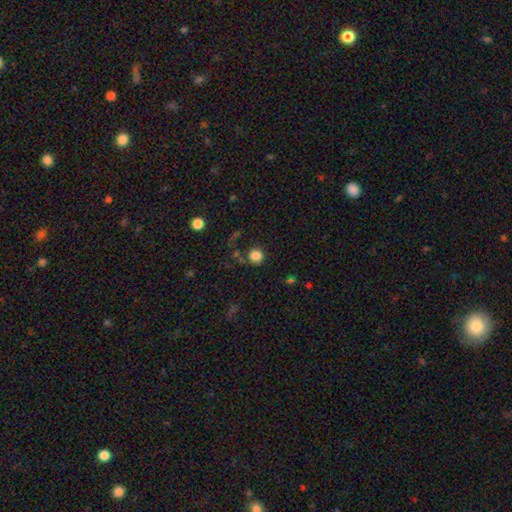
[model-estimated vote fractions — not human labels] A smooth galaxy with no disk features (83%) that is round (92%).

Vote fractions:
- Smooth or featured? smooth: 83% / star or artifact: 12% / featured or disk: 5%
- How rounded? round: 92% / in between: 7% / cigar-shaped: 1%
- Merging? none: 80% / minor disturbance: 10% / merger: 5% / major disturbance: 4%